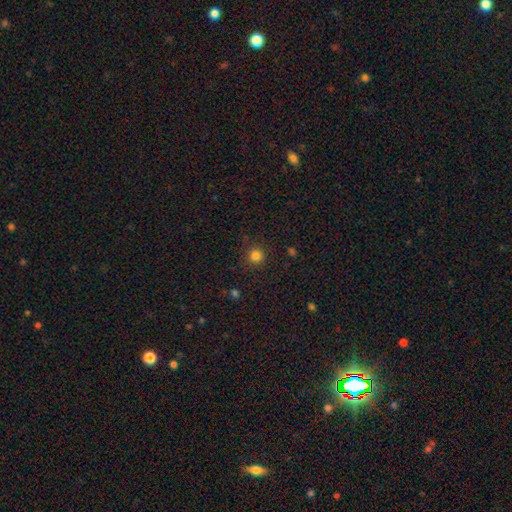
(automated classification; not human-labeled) This is clearly a smooth galaxy (82%). How rounded: clearly round (94%). Merging: clearly none (89%).